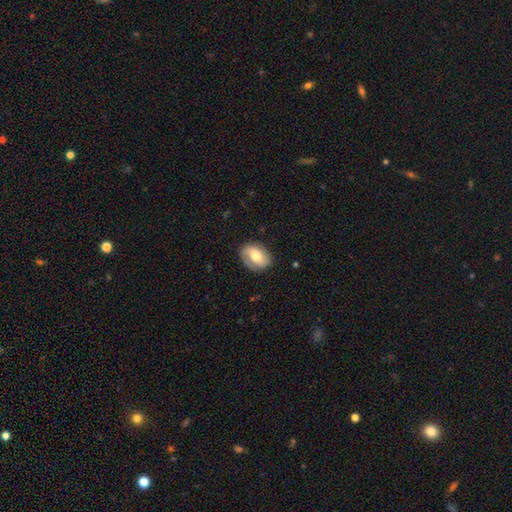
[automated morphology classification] smooth_or_featured: smooth (p=0.49) [alt: featured or disk p=0.45]
merging: none (p=0.78) [alt: minor disturbance p=0.16]